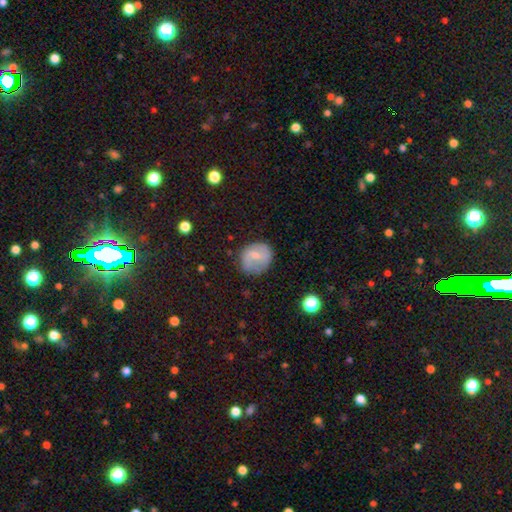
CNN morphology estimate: Smooth or featured?
  - smooth: 53% *
  - featured or disk: 39%
  - star or artifact: 9%
How rounded?
  - round: 76% *
  - in between: 23%
  - cigar-shaped: 1%
Merging?
  - none: 72% *
  - minor disturbance: 20%
  - major disturbance: 7%
  - merger: 2%